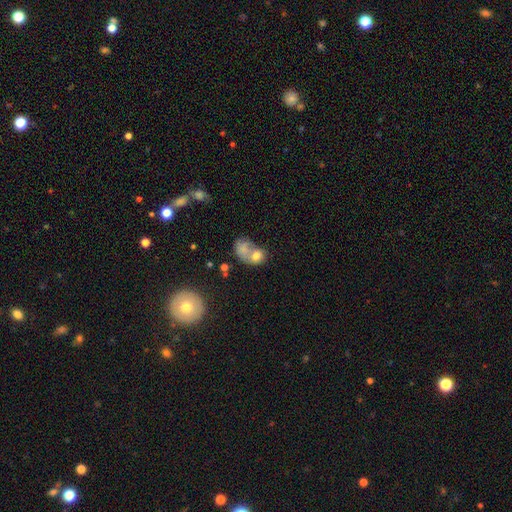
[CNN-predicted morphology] Smooth or featured?
  - smooth: 73% *
  - featured or disk: 17%
  - star or artifact: 10%
How rounded?
  - in between: 53% *
  - round: 46%
  - cigar-shaped: 1%
Merging?
  - merger: 64% *
  - none: 19%
  - minor disturbance: 9%
  - major disturbance: 8%